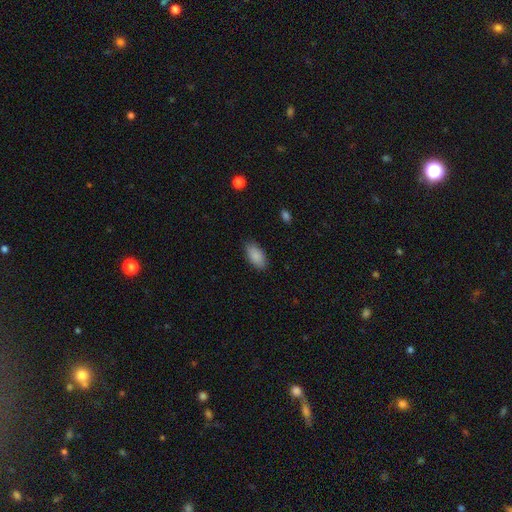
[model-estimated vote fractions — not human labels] This is clearly a smooth galaxy (89%). How rounded: clearly in between (93%). Merging: clearly none (86%).